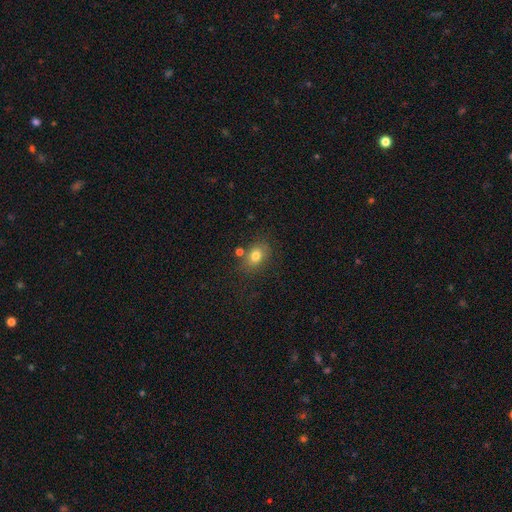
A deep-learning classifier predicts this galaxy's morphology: This appears to be a smooth galaxy with no disk features (78%) that is in between round and cigar-shaped (66%). Merging: none (72%).